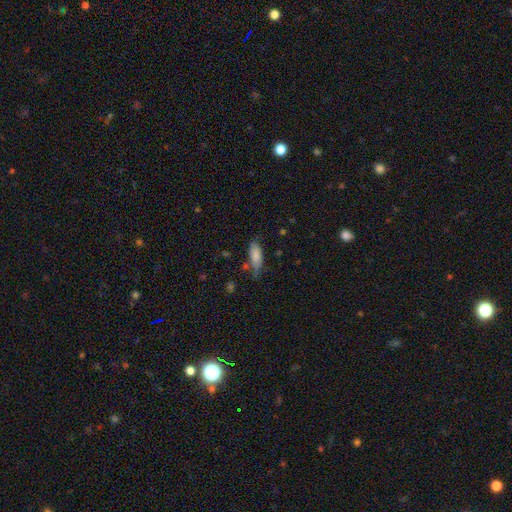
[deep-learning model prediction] This appears to be a smooth galaxy with no disk features (82%) that is in between round and cigar-shaped (67%). Merging: none (61%).